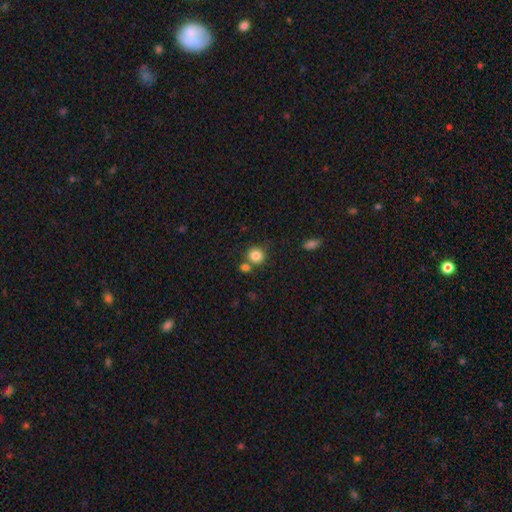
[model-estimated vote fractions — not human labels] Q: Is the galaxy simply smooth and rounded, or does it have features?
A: smooth — 85%.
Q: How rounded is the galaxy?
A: round — 89%.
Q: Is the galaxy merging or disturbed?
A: none — 67%.